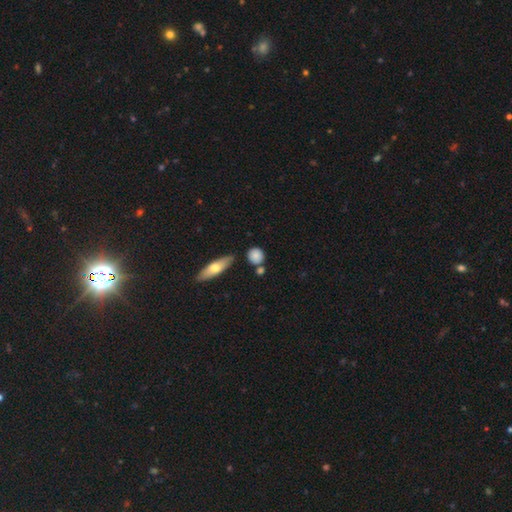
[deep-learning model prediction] Morphology: type=smooth (83%); roundness=round (83%); merging=none (71%).